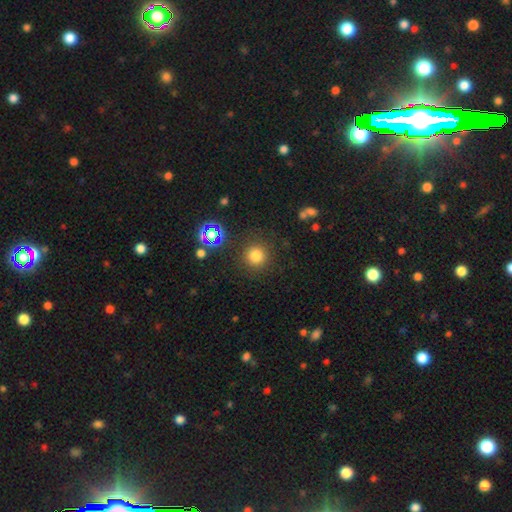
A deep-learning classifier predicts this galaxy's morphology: Overall: smooth (76%). How rounded: round (94%). Merging: none (87%).